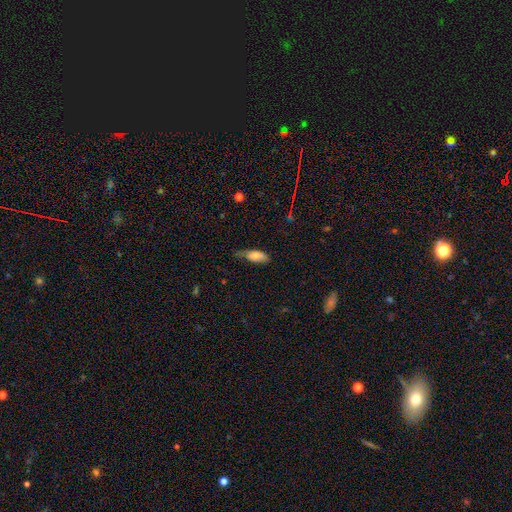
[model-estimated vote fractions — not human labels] smooth 77%, featured or disk 16%, star or artifact 7%. Down the decision tree: how rounded — in between (78%); merging — none (43%).